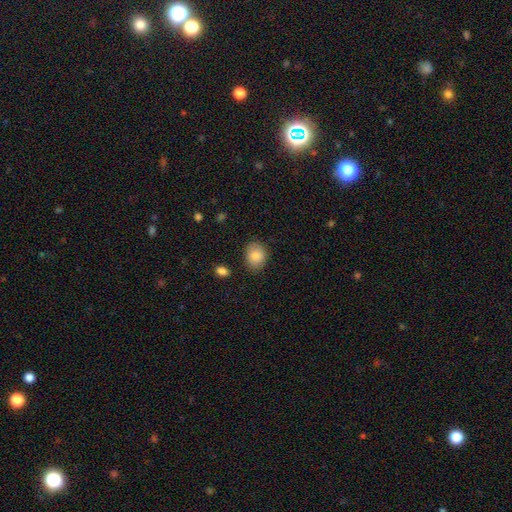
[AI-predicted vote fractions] This appears to be a smooth galaxy with no disk features (86%) that is round (53%). Merging: none (81%).